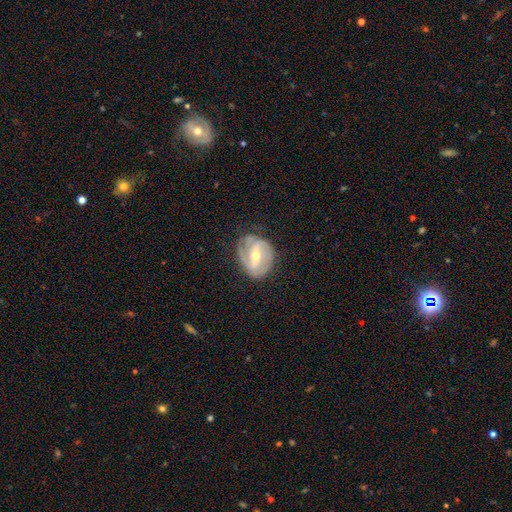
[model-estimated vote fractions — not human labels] The model was most divided on "bulge size": moderate: 50%, small: 47%, large: 2%, none: 1%, dominant: 1%. Remaining: edge-on disk — no (97%); spiral arms — yes (92%); smooth or featured — featured or disk (84%); merging — none (70%); spiral arm count — 2 (61%); bar — strong (46%); spiral winding — medium (44%).